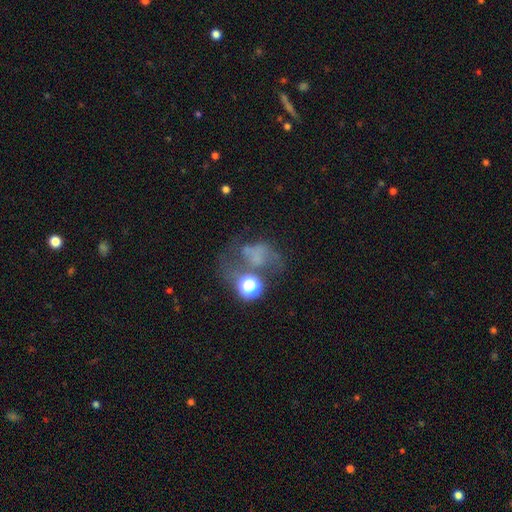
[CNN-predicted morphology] This appears to be a smooth galaxy with no disk features (39%). Merging: major disturbance (37%).